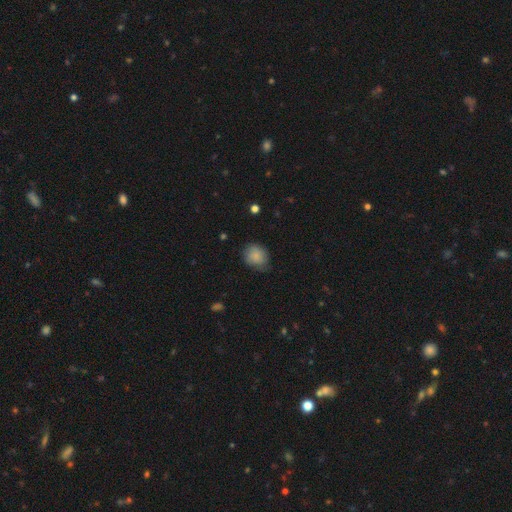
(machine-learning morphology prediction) A smooth galaxy with no disk features (82%) that is round (68%). Merging: none (66%).